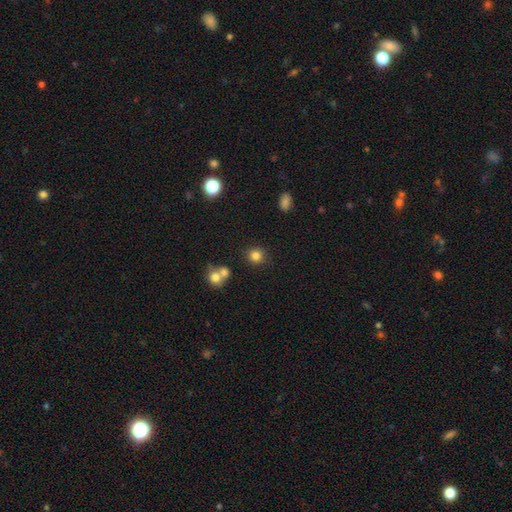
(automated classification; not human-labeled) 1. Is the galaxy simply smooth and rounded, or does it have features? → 81% smooth, 13% star or artifact, 6% featured or disk.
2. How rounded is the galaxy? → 89% round, 10% in between, 1% cigar-shaped.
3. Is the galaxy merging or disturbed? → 80% none, 8% minor disturbance, 8% merger, 3% major disturbance.